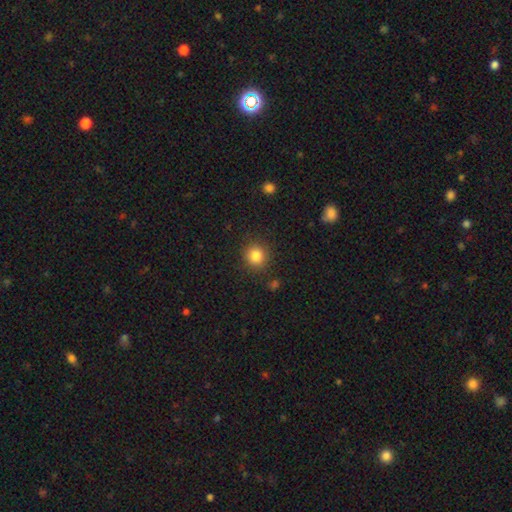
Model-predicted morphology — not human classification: A smooth galaxy with no disk features (83%) that is round (91%).

Vote fractions:
- Smooth or featured? smooth: 83% / star or artifact: 11% / featured or disk: 5%
- How rounded? round: 91% / in between: 8% / cigar-shaped: 1%
- Merging? none: 88% / minor disturbance: 7% / major disturbance: 3% / merger: 2%